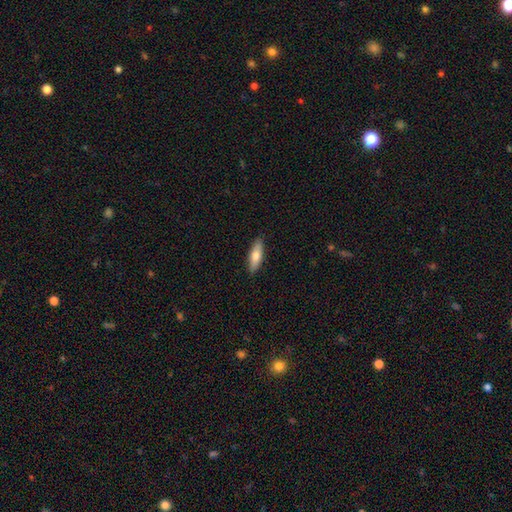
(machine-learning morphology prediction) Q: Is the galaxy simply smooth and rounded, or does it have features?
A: smooth — 71%.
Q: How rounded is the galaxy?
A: cigar-shaped — 49%, tied with in between.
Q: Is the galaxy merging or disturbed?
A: none — 89%.